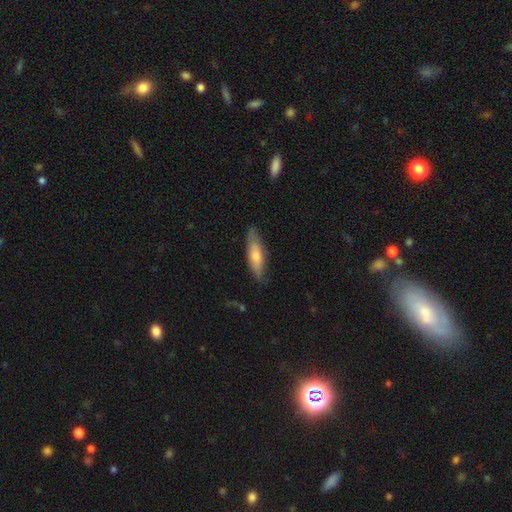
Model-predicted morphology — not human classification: Q: Smooth or featured?
A: smooth (64%); runner-up: featured or disk (31%)
Q: How rounded?
A: cigar-shaped (67%); runner-up: in between (31%)
Q: Merging?
A: none (82%); runner-up: minor disturbance (15%)